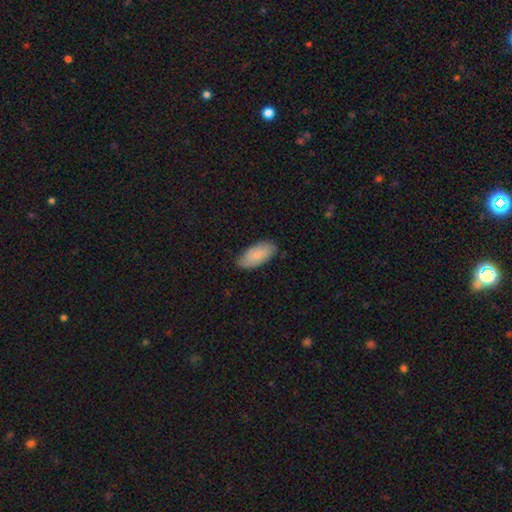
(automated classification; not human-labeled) A smooth galaxy with no disk features (76%) that is in between round and cigar-shaped (93%). Merging: none (74%).